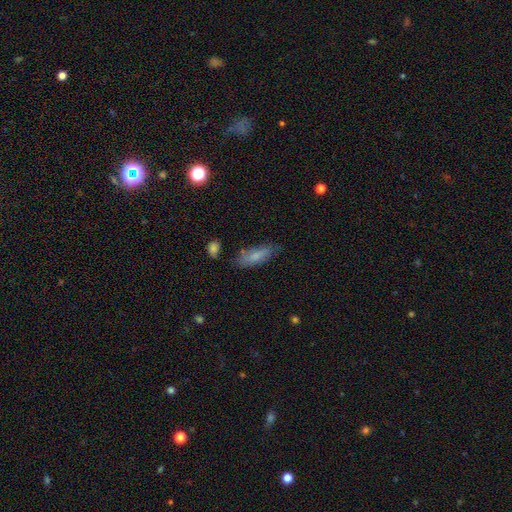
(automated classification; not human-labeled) A smooth galaxy with no disk features (74%) that is in between round and cigar-shaped (61%). Merging: none (72%).